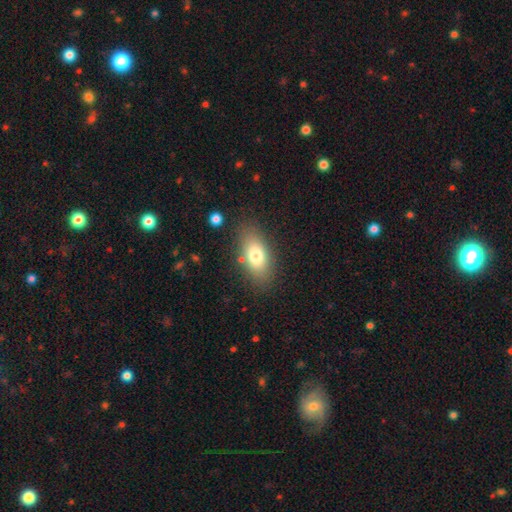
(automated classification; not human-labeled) This is likely a smooth galaxy (75%). How rounded: clearly in between (86%). Merging: clearly none (80%).